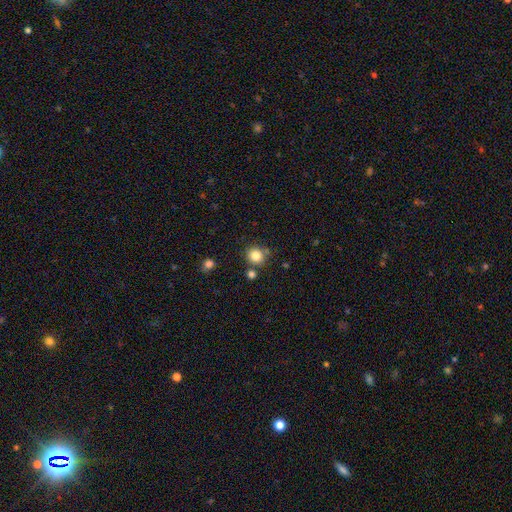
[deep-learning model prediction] The model was most divided on "merging": none: 78%, merger: 10%, minor disturbance: 9%, major disturbance: 3%. More confident: how rounded — round (88%); smooth or featured — smooth (83%).